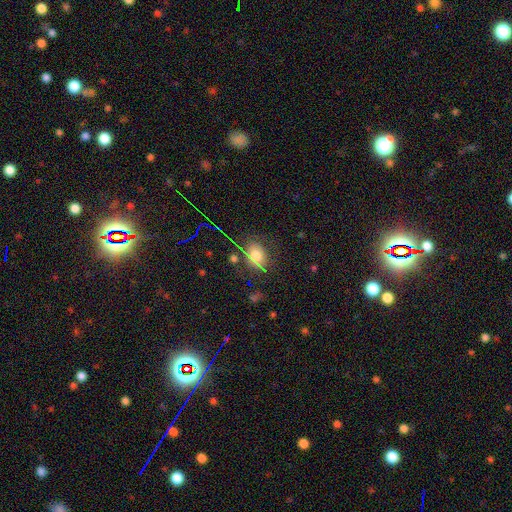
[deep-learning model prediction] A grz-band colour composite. It shows a smooth galaxy with no disk features (62%) that is in between round and cigar-shaped (50%). Merging: none (67%).